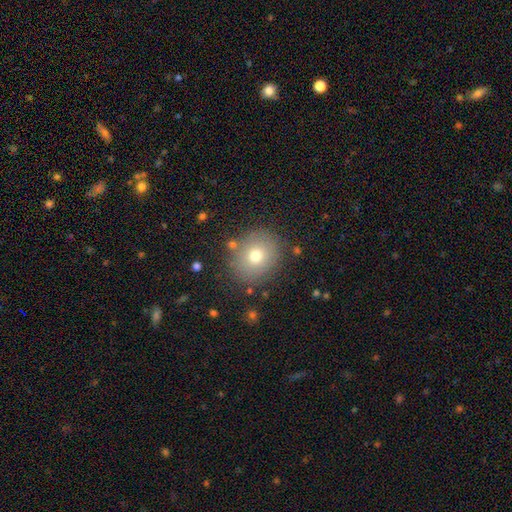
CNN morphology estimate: Smooth or featured?
  - smooth: 71% *
  - featured or disk: 15%
  - star or artifact: 14%
How rounded?
  - round: 78% *
  - in between: 22%
  - cigar-shaped: 1%
Merging?
  - none: 84% *
  - minor disturbance: 10%
  - major disturbance: 4%
  - merger: 3%